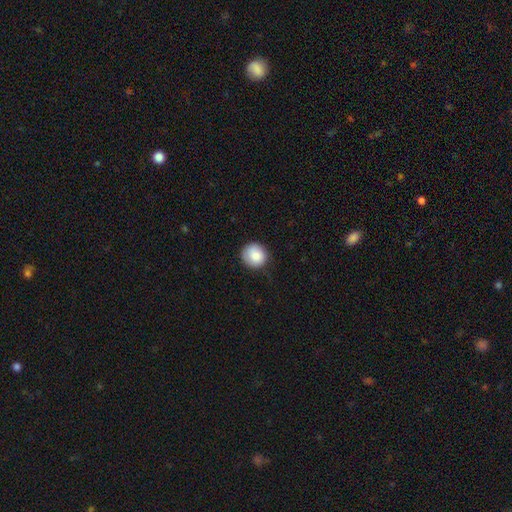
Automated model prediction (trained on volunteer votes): smooth-or-featured: smooth: 85% | star or artifact: 8% | featured or disk: 7%
  how-rounded: round: 89% | in between: 10% | cigar-shaped: 1%
  merging: none: 80% | minor disturbance: 15% | major disturbance: 3% | merger: 1%